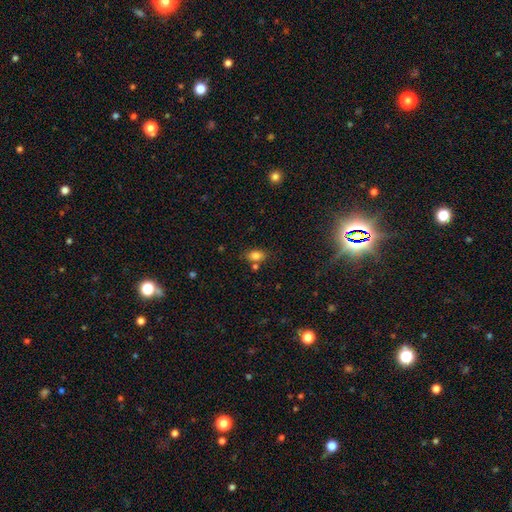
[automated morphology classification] The model was most divided on "merging": none: 70%, minor disturbance: 14%, merger: 12%, major disturbance: 4%. More confident: how rounded — in between (84%); smooth or featured — smooth (82%).